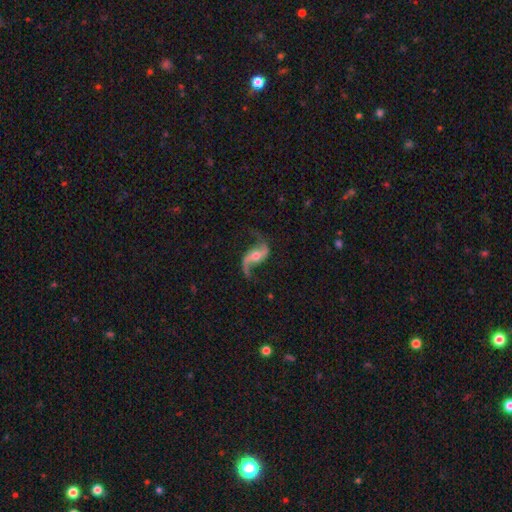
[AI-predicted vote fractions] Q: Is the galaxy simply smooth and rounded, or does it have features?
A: featured or disk — 90%.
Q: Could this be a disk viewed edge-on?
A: no — 96%.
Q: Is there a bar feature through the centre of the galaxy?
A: no — 41%.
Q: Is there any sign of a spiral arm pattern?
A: yes — 97%.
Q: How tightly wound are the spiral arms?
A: loose — 85%.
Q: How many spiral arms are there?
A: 2 — 94%.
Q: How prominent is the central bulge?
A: moderate — 64%.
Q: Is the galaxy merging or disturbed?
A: none — 76%.